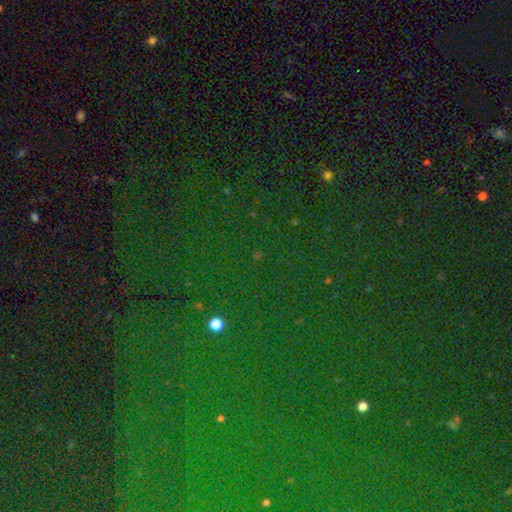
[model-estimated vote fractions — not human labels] A star or artifact, not a galaxy (81%).

Vote fractions:
- Smooth or featured? star or artifact: 81% / smooth: 10% / featured or disk: 9%